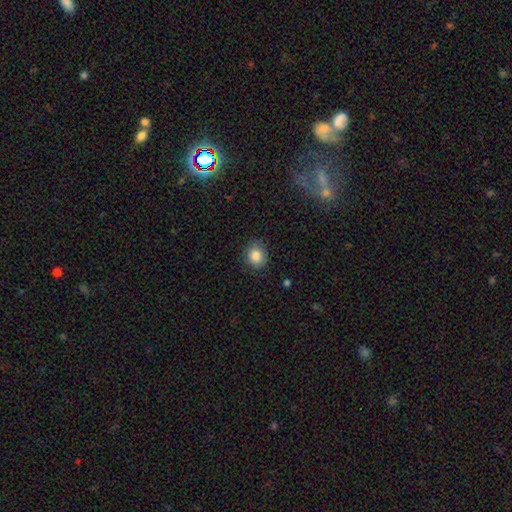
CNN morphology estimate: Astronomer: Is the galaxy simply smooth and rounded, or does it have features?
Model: smooth — 85%.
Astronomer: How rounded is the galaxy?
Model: round — 71%.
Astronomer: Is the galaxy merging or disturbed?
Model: none — 83%.